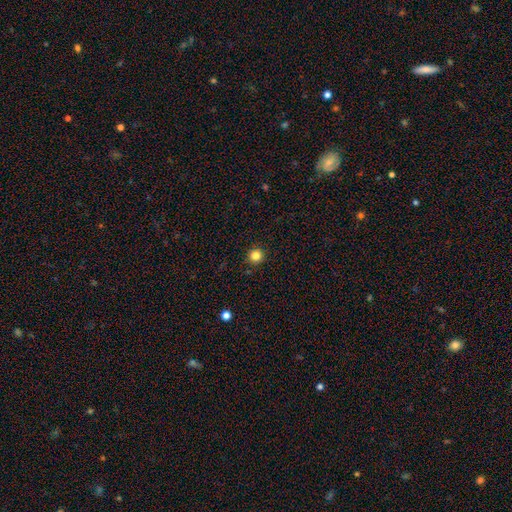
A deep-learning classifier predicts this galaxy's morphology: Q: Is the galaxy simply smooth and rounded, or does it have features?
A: smooth — 83%.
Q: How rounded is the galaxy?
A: round — 95%.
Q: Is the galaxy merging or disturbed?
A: none — 92%.